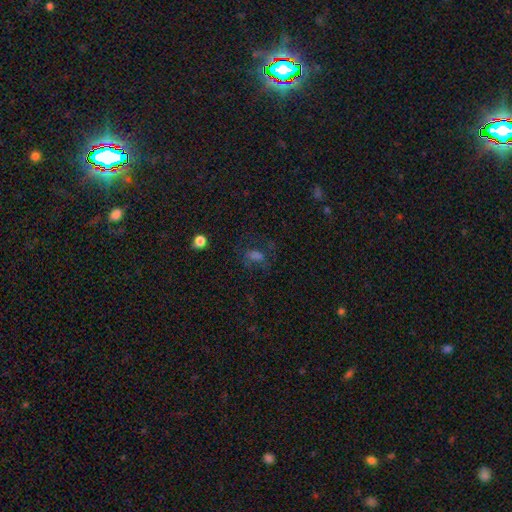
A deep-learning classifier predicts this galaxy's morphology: This appears to be a smooth galaxy with no disk features (45%). Merging: none (60%).